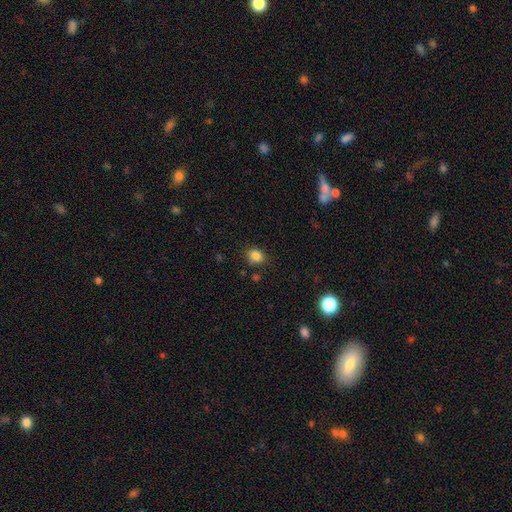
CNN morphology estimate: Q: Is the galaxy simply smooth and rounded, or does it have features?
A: smooth — 84%.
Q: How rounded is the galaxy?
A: round — 56%.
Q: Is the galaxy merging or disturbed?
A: none — 80%.